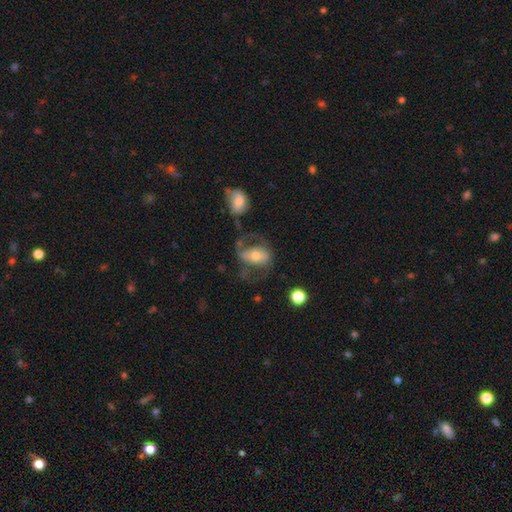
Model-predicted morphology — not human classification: This appears to be a featured or disk galaxy (56%) with a strong bar (38%), spiral arms (60%) and a moderate central bulge (60%). Merging: none (47%).